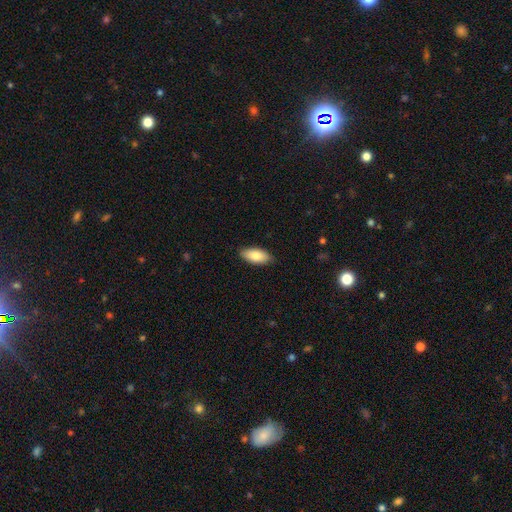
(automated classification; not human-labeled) A smooth galaxy with no disk features (83%) that is in between round and cigar-shaped (90%).

Vote fractions:
- Smooth or featured? smooth: 83% / featured or disk: 11% / star or artifact: 6%
- How rounded? in between: 90% / cigar-shaped: 7% / round: 2%
- Merging? none: 87% / minor disturbance: 10% / major disturbance: 2% / merger: 1%